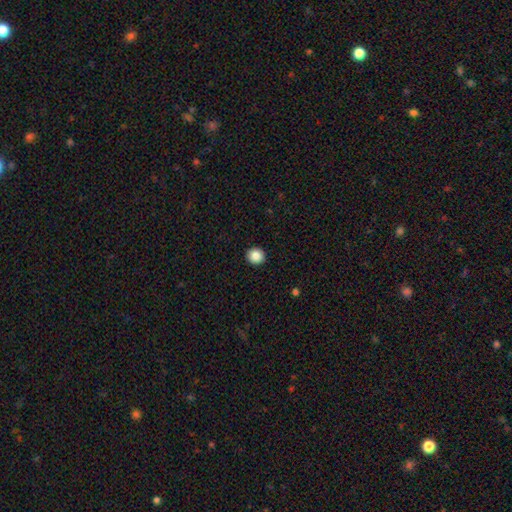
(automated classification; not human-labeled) Smooth or featured: smooth — 86% (star or artifact — 9%)
How rounded: round — 87% (in between — 12%)
Merging: none — 93% (minor disturbance — 5%)